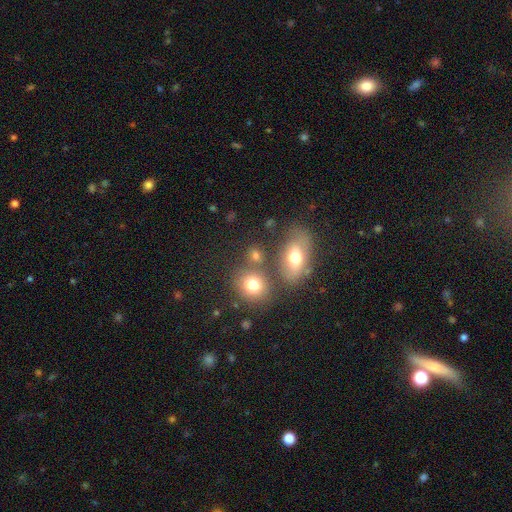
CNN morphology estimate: smooth-or-featured: smooth: 72% | featured or disk: 14% | star or artifact: 14%
  how-rounded: round: 51% | in between: 47% | cigar-shaped: 3%
  merging: none: 61% | merger: 21% | minor disturbance: 12% | major disturbance: 5%